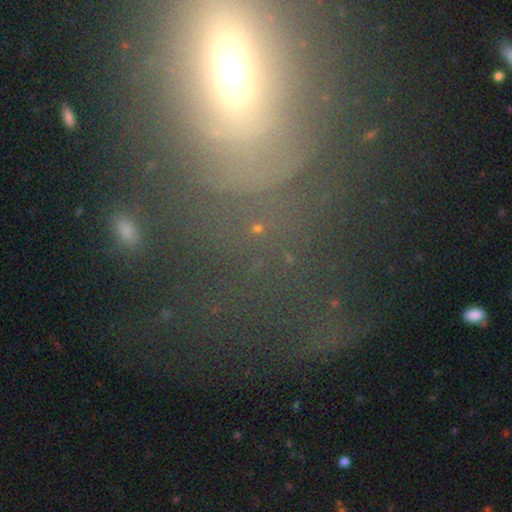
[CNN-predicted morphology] type=featured or disk (43%); merging=none (44%).